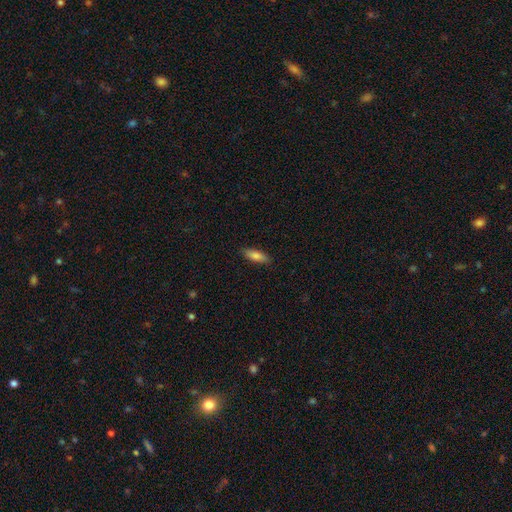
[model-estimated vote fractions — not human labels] This is clearly a smooth galaxy (82%). How rounded: possibly in between (57%). Merging: clearly none (88%).